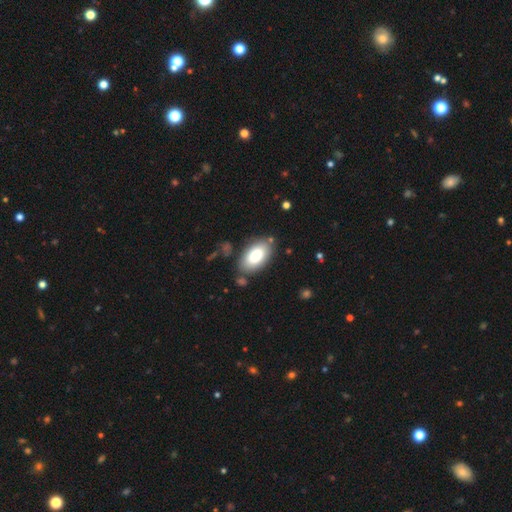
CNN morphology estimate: smooth-or-featured: smooth: 83% | featured or disk: 11% | star or artifact: 6%
  how-rounded: in between: 95% | round: 3% | cigar-shaped: 2%
  merging: none: 81% | minor disturbance: 11% | merger: 4% | major disturbance: 3%